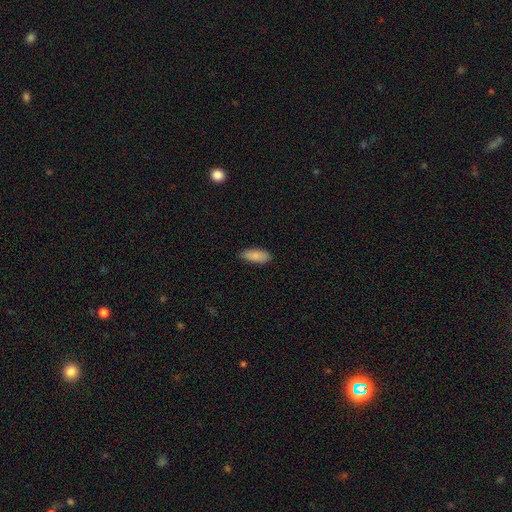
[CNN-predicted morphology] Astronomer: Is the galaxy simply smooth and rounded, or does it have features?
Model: smooth — 87%.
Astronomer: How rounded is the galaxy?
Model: in between — 82%.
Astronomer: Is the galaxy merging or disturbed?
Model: none — 84%.